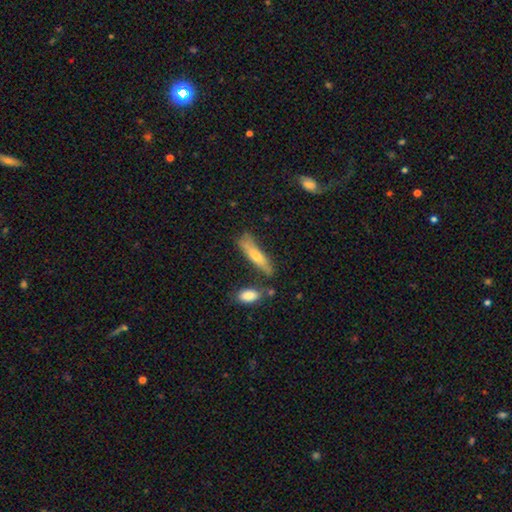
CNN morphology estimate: This is likely a smooth galaxy (60%). How rounded: likely cigar-shaped (79%). Merging: likely none (64%).